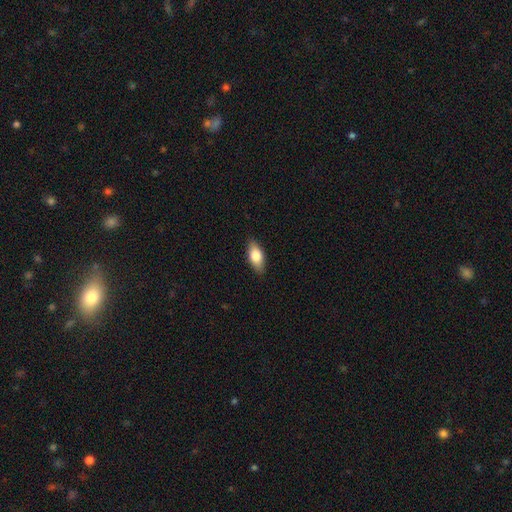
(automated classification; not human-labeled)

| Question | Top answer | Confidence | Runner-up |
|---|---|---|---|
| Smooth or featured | smooth | 76% | featured or disk (18%) |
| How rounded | in between | 85% | cigar-shaped (12%) |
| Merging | none | 87% | minor disturbance (10%) |